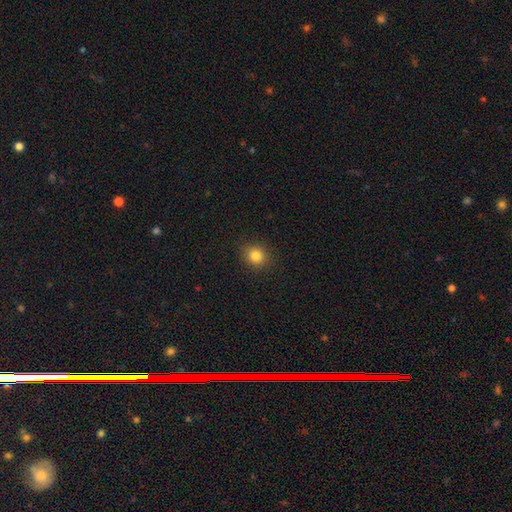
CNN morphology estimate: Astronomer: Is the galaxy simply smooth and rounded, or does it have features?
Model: smooth — 82%.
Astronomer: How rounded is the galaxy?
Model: round — 75%.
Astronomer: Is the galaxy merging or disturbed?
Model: none — 89%.